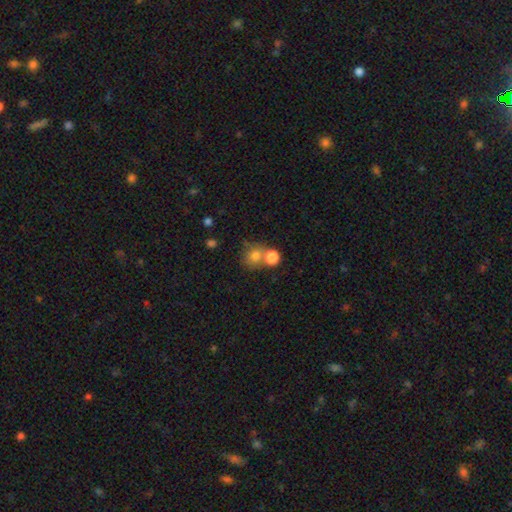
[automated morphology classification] Smooth or featured: smooth — 77% (star or artifact — 12%)
How rounded: round — 81% (in between — 18%)
Merging: none — 45% (merger — 40%)